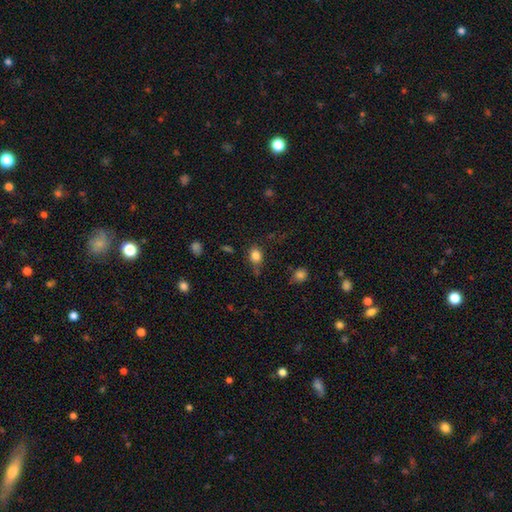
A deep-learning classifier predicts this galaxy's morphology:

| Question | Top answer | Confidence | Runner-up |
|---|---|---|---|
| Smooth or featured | smooth | 82% | star or artifact (11%) |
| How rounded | round | 51% | in between (47%) |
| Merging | none | 69% | minor disturbance (22%) |